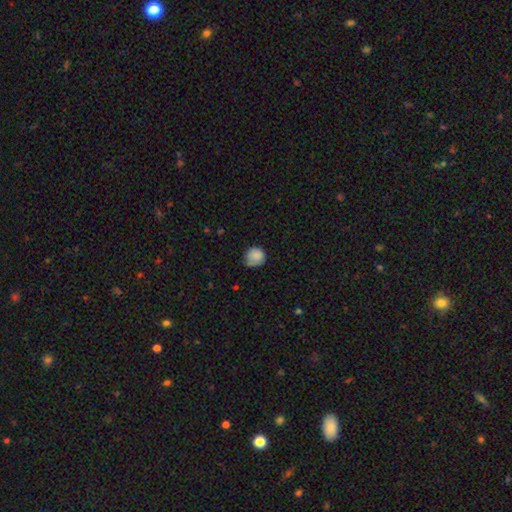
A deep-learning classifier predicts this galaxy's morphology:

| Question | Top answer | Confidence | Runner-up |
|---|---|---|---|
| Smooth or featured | smooth | 84% | star or artifact (8%) |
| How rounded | round | 89% | in between (10%) |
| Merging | none | 61% | minor disturbance (31%) |